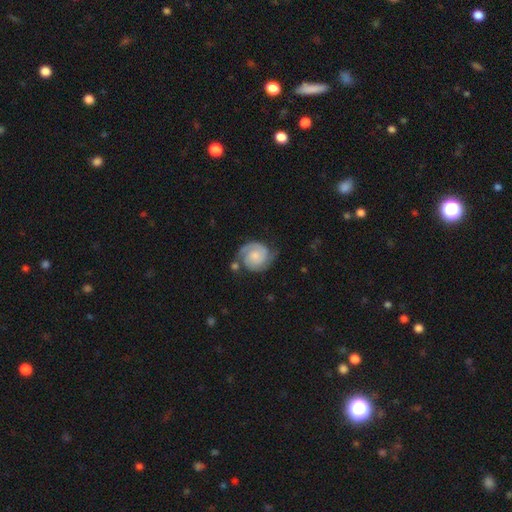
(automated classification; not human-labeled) Overall: featured or disk (79%). Edge-on disk: no (98%). Bar: no (71%). Spiral arms: yes (97%). Spiral arm count: 2 (83%). Spiral winding: tight (60%; medium 32%). Bulge size: small (40%; moderate 32%). Merging: none (63%).